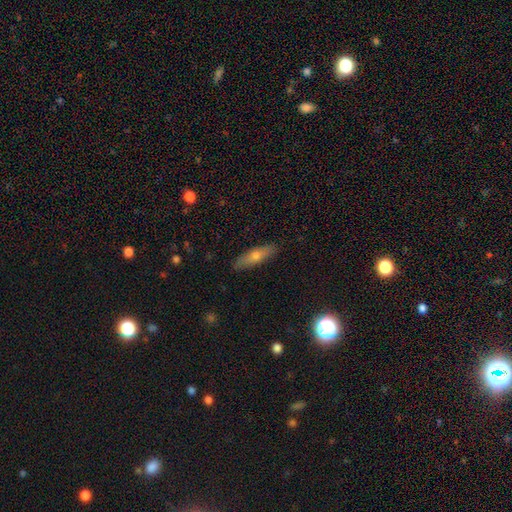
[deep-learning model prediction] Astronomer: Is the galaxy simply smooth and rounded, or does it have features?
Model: smooth — 58% (runner-up: featured or disk, 34%).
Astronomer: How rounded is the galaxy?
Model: cigar-shaped — 67%.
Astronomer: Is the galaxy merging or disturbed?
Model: none — 88%.